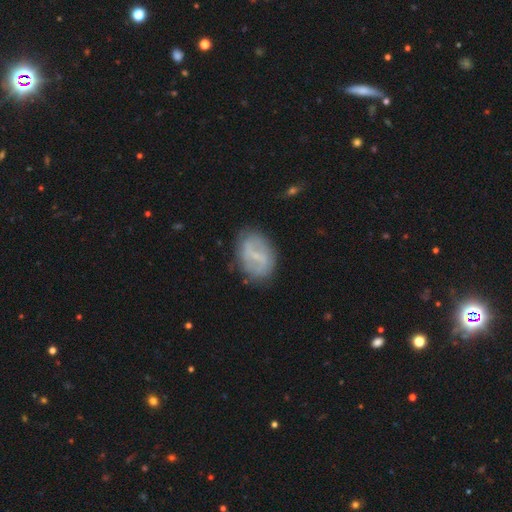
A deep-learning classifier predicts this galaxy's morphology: Overall: featured or disk (62%; smooth 31%). Edge-on disk: no (96%). Bar: weak (47%; strong 38%). Spiral arms: yes (60%; no 40%). Bulge size: small (62%). Merging: none (78%).